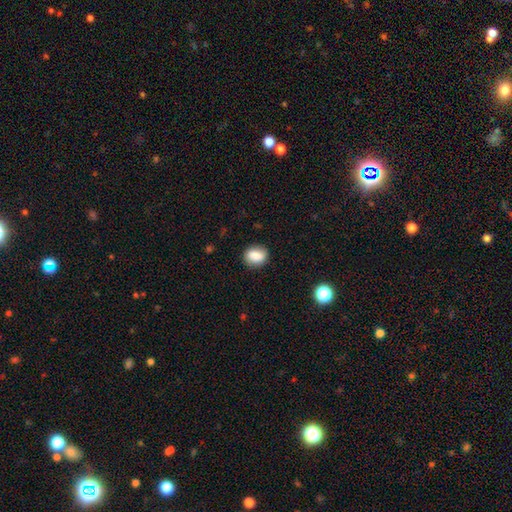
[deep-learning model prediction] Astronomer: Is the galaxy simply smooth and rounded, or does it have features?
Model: smooth — 82%.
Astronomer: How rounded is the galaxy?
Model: round — 50% (runner-up: in between, 48%).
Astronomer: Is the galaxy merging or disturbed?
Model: none — 85%.